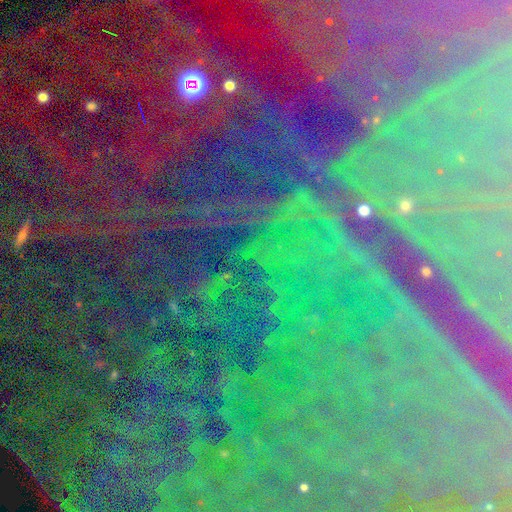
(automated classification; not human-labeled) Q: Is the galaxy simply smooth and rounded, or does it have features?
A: star or artifact — 88%.